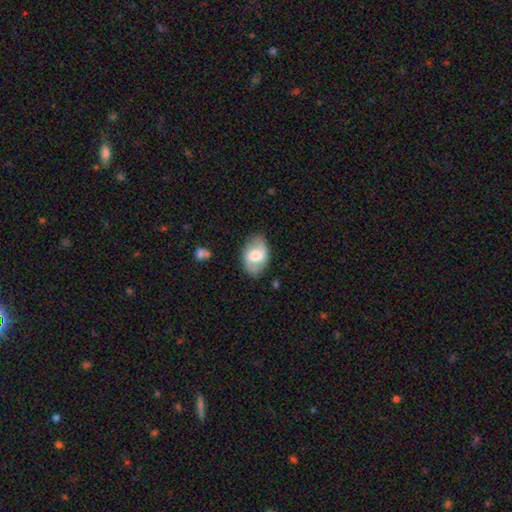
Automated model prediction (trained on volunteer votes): The model was most divided on "smooth or featured": featured or disk: 48%, smooth: 46%, star or artifact: 6%. More confident: merging — none (79%).